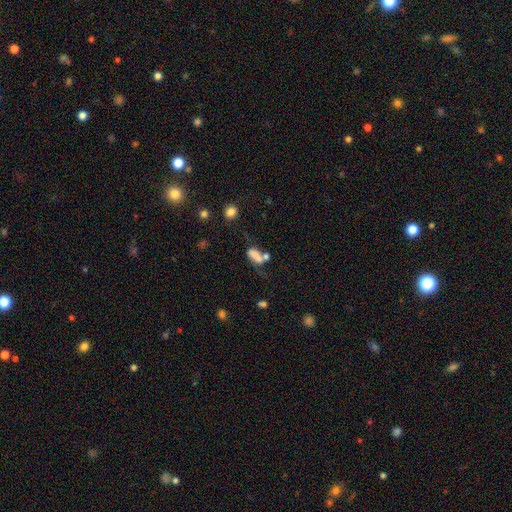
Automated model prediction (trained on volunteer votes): smooth 67%, featured or disk 19%, star or artifact 14%. Down the decision tree: how rounded — in between (71%); merging — merger (33%).